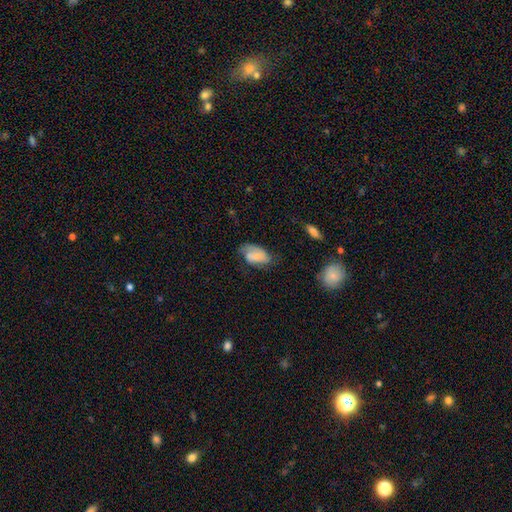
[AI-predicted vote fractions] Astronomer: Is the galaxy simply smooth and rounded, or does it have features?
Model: smooth — 56% (runner-up: featured or disk, 36%).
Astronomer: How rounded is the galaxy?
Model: in between — 92%.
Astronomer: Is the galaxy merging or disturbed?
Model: none — 44% (runner-up: minor disturbance, 31%).